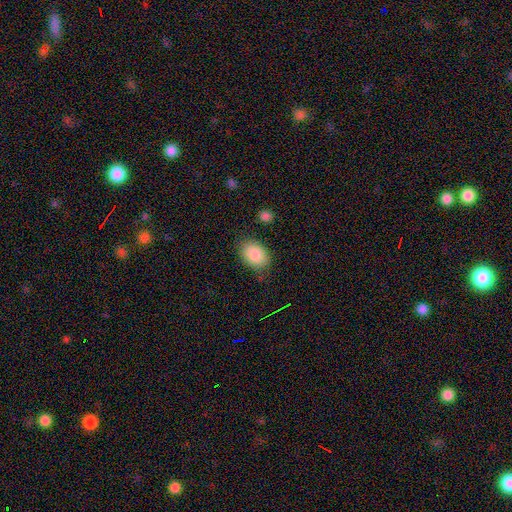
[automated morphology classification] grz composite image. It shows a smooth galaxy with no disk features (88%) that is in between round and cigar-shaped (83%). Merging: none (80%).